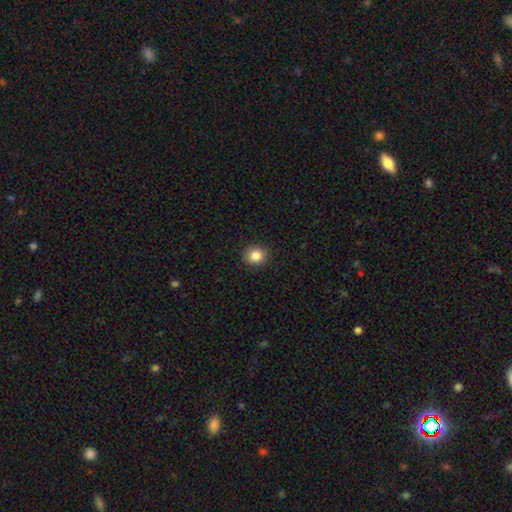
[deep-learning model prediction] This appears to be a smooth galaxy with no disk features (85%) that is round (85%). Merging: none (91%).